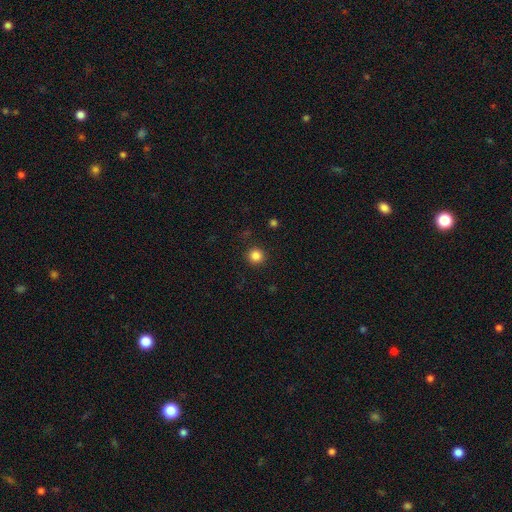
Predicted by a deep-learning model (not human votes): smooth 84%, star or artifact 12%, featured or disk 4%. Down the decision tree: how rounded — round (95%); merging — none (92%).